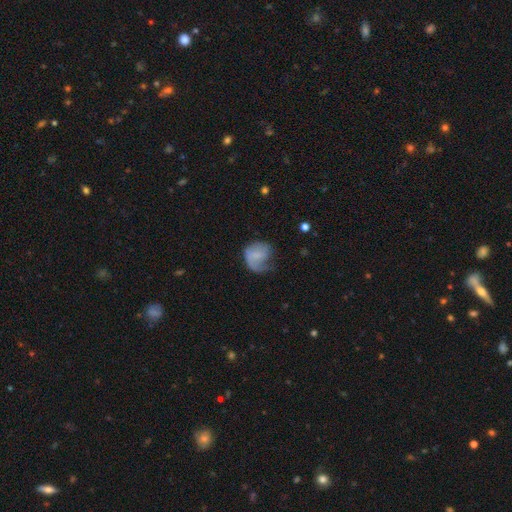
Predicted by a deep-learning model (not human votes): Smooth or featured? Predicted: smooth (p=0.54). How rounded? Predicted: round (p=0.64). Merging? Predicted: major disturbance (p=0.35).